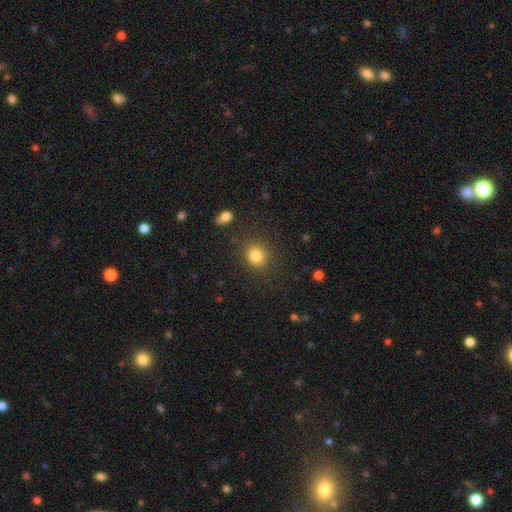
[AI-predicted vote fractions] Q: Smooth or featured?
A: smooth (83%); runner-up: star or artifact (12%)
Q: How rounded?
A: round (81%); runner-up: in between (18%)
Q: Merging?
A: none (85%); runner-up: minor disturbance (9%)